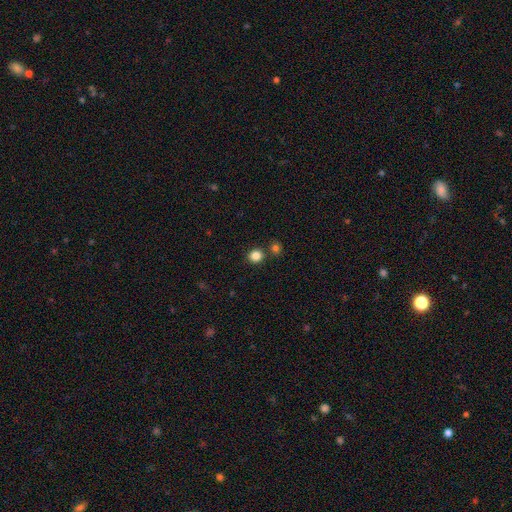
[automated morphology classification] Q: Smooth or featured?
A: smooth (84%); runner-up: star or artifact (12%)
Q: How rounded?
A: round (85%); runner-up: in between (14%)
Q: Merging?
A: none (80%); runner-up: merger (11%)